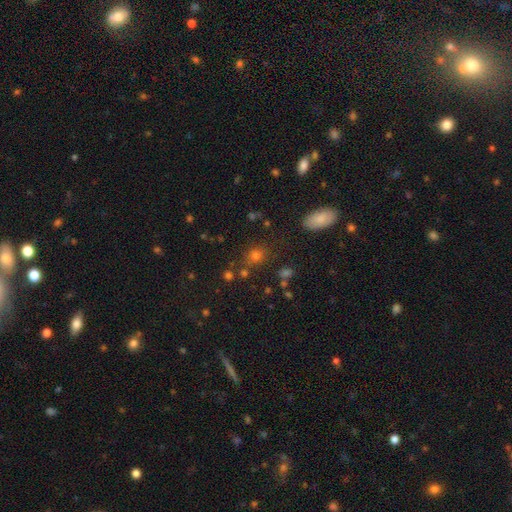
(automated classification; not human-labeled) A smooth galaxy with no disk features (68%) that is round (64%).

Vote fractions:
- Smooth or featured? smooth: 68% / star or artifact: 23% / featured or disk: 8%
- How rounded? round: 64% / in between: 35% / cigar-shaped: 2%
- Merging? none: 79% / minor disturbance: 11% / merger: 6% / major disturbance: 4%